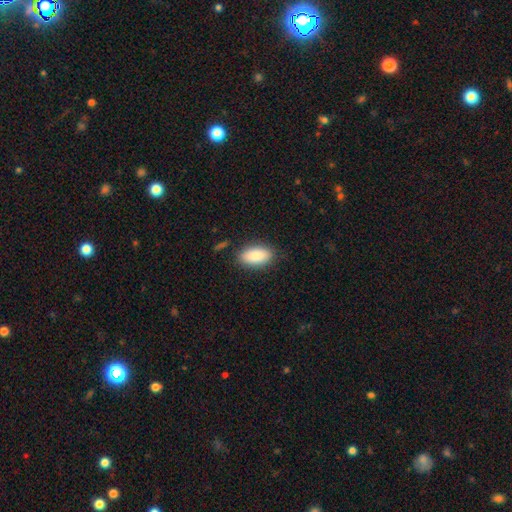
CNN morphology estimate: Smooth or featured? smooth (89%)
How rounded? in between (91%)
Merging? none (84%)